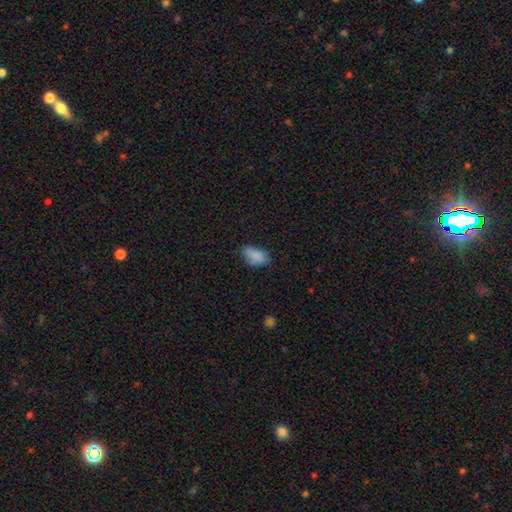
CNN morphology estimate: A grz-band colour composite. It shows a smooth galaxy with no disk features (84%) that is in between round and cigar-shaped (91%). Merging: none (62%).